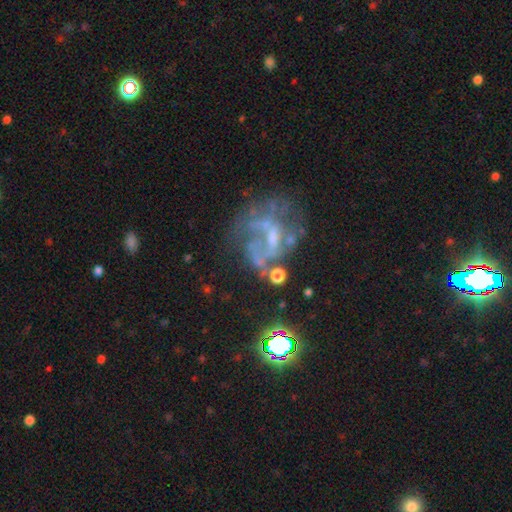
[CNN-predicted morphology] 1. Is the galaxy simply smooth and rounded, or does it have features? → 62% featured or disk, 21% star or artifact, 17% smooth.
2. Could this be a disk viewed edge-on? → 98% no, 2% yes.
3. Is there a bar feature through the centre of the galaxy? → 62% no, 28% weak, 10% strong.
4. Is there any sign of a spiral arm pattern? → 65% no, 35% yes.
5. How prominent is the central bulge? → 44% none, 27% small, 25% moderate, 3% large, 1% dominant.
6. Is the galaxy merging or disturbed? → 36% major disturbance, 35% none, 18% minor disturbance, 12% merger.